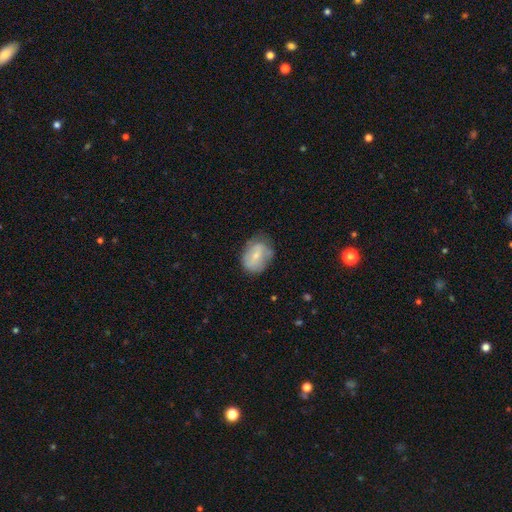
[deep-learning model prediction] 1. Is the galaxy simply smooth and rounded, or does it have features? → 50% smooth, 43% featured or disk, 8% star or artifact.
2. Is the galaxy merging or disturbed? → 57% none, 29% minor disturbance, 12% major disturbance, 2% merger.